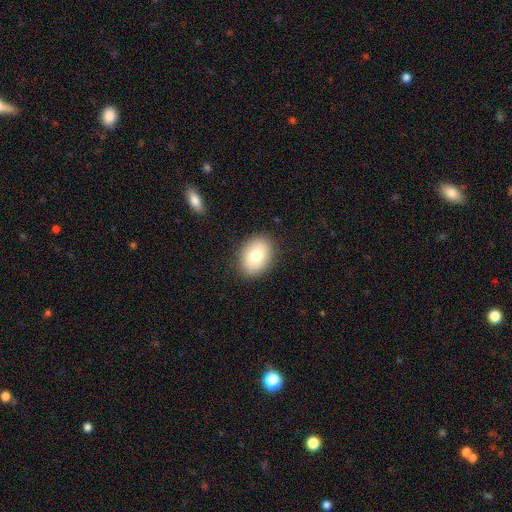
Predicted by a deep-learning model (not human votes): This appears to be a smooth galaxy with no disk features (78%) that is in between round and cigar-shaped (73%). Merging: none (88%).